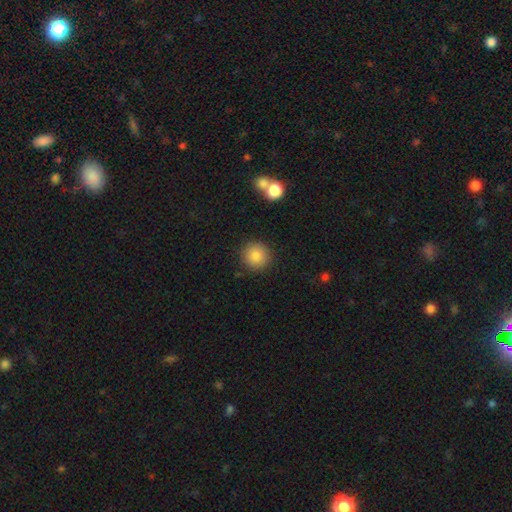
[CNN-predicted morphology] A smooth galaxy with no disk features (85%) that is round (94%). Merging: none (88%).